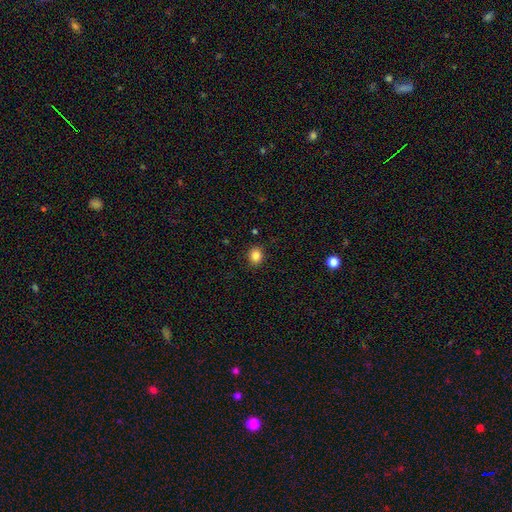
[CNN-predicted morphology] type=smooth (85%); roundness=round (64%); merging=none (89%).